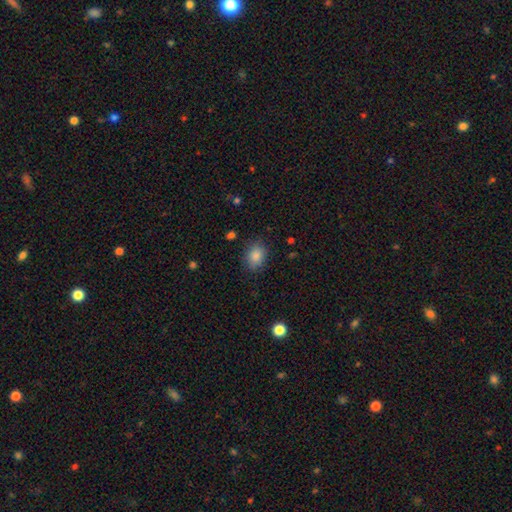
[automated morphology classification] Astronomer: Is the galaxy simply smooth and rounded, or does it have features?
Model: smooth — 85%.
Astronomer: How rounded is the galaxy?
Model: in between — 65%.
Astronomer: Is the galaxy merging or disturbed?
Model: none — 83%.